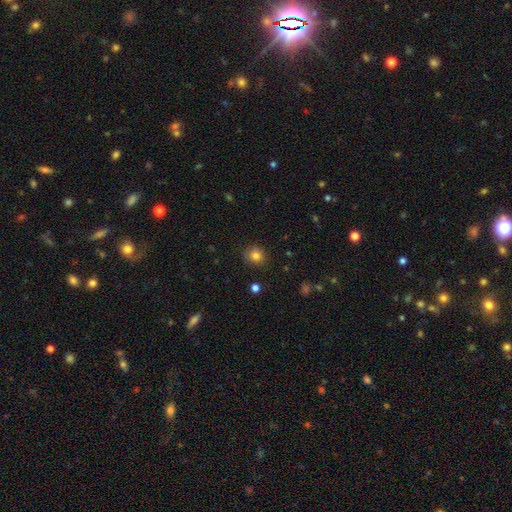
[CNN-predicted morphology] Smooth or featured? Predicted: smooth (p=0.82). How rounded? Predicted: round (p=0.84). Merging? Predicted: none (p=0.86).